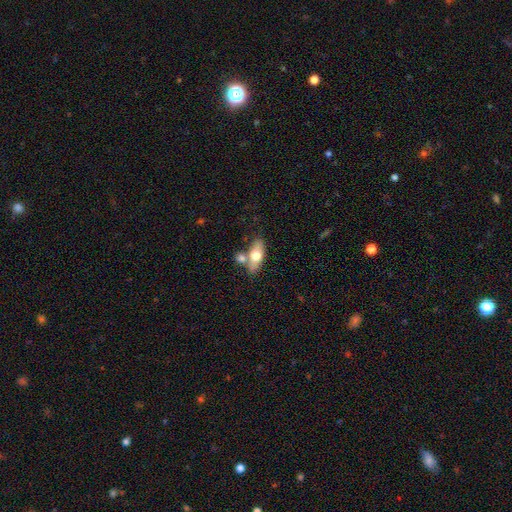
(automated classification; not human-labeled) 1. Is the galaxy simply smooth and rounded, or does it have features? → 64% smooth, 30% featured or disk, 6% star or artifact.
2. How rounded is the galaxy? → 78% in between, 16% cigar-shaped, 6% round.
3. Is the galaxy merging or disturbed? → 57% none, 26% merger, 13% minor disturbance, 4% major disturbance.